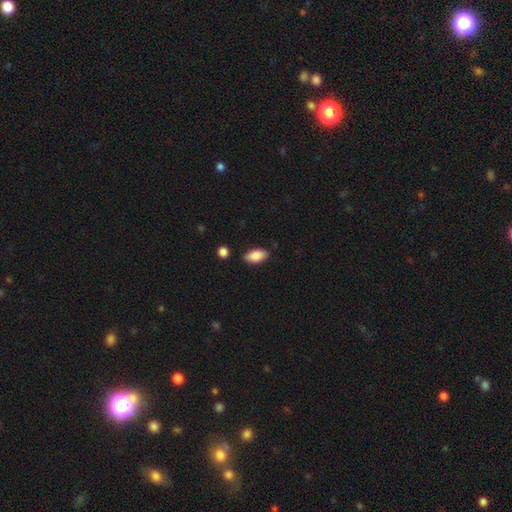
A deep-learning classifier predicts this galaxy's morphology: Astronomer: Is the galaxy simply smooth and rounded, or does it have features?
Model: smooth — 84%.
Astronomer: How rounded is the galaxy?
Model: in between — 91%.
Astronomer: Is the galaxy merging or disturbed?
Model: none — 83%.